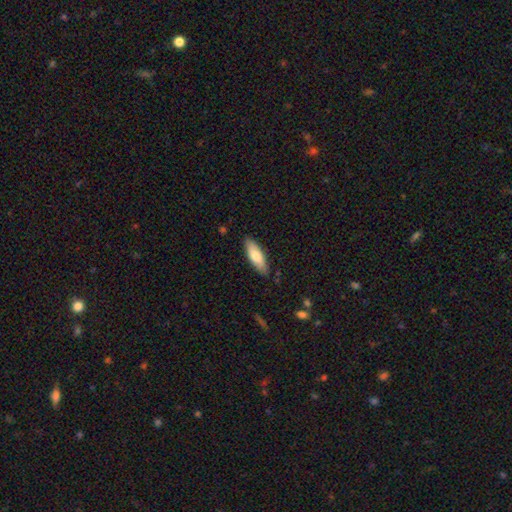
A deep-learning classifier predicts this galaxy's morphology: Smooth or featured: smooth — 74% (featured or disk — 20%)
How rounded: in between — 59% (cigar-shaped — 40%)
Merging: none — 86% (minor disturbance — 11%)